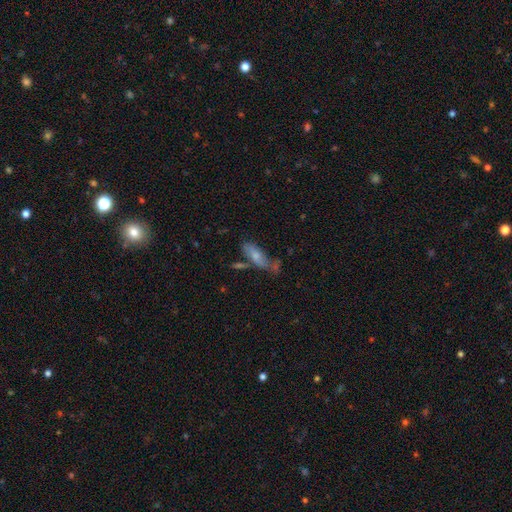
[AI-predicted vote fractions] Smooth or featured: smooth — 63% (featured or disk — 30%)
How rounded: in between — 66% (cigar-shaped — 31%)
Merging: none — 46% (minor disturbance — 24%)